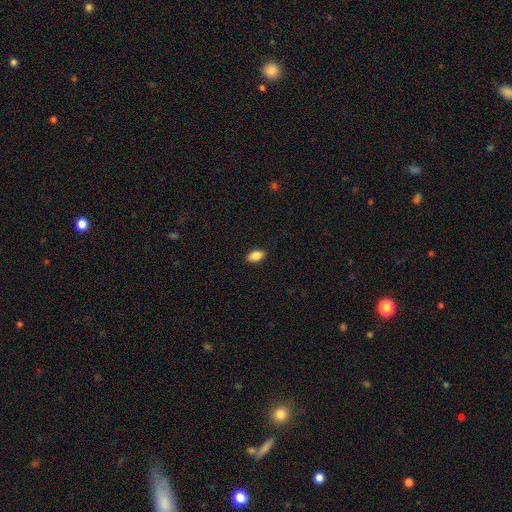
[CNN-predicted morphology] This appears to be a smooth galaxy with no disk features (87%) that is in between round and cigar-shaped (91%). Merging: none (89%).